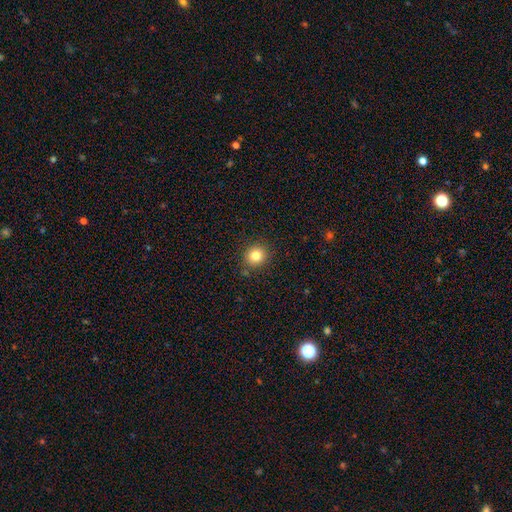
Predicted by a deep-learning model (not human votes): smooth 81%, star or artifact 12%, featured or disk 7%. Down the decision tree: how rounded — round (89%); merging — none (88%).